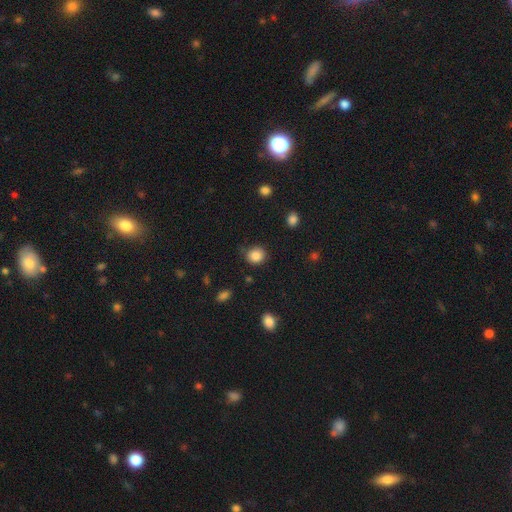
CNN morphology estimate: Smooth or featured? smooth (86%)
How rounded? round (84%)
Merging? none (79%)